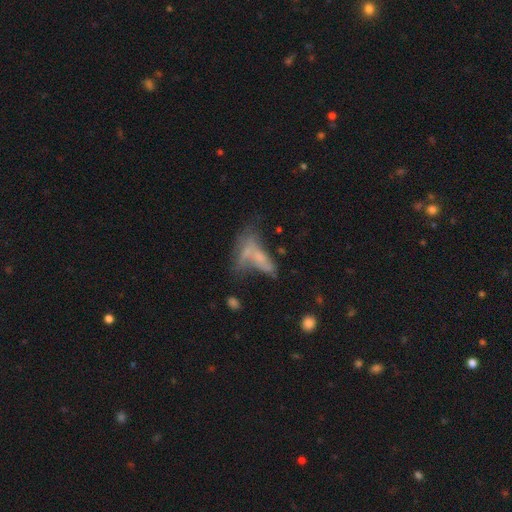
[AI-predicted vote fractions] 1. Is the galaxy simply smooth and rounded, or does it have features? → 44% featured or disk, 39% smooth, 17% star or artifact.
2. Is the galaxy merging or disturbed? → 32% major disturbance (tied), 32% merger (tied), 21% none, 14% minor disturbance.